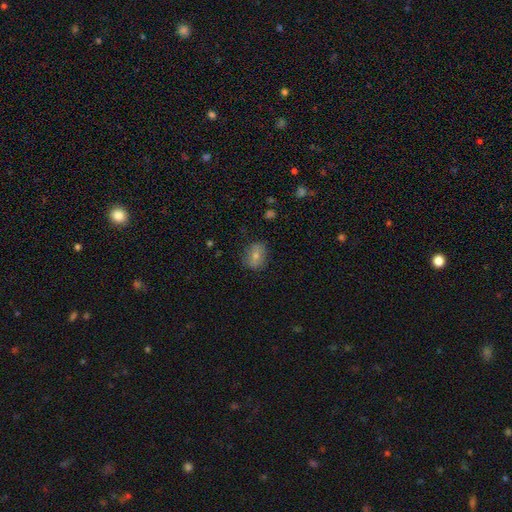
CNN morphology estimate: A smooth galaxy with no disk features (58%) that is round (53%).

Vote fractions:
- Smooth or featured? smooth: 58% / featured or disk: 26% / star or artifact: 16%
- How rounded? round: 53% / in between: 45% / cigar-shaped: 2%
- Merging? none: 81% / minor disturbance: 14% / major disturbance: 4% / merger: 1%